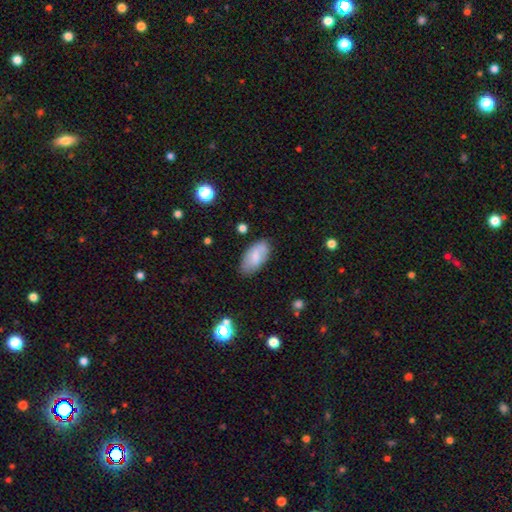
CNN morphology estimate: type=smooth (77%); roundness=in between (93%); merging=none (77%).